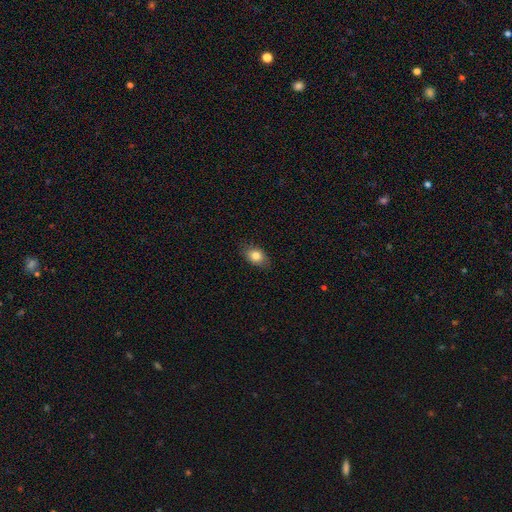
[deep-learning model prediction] Smooth or featured? Predicted: smooth (p=0.82). How rounded? Predicted: in between (p=0.81). Merging? Predicted: none (p=0.82).